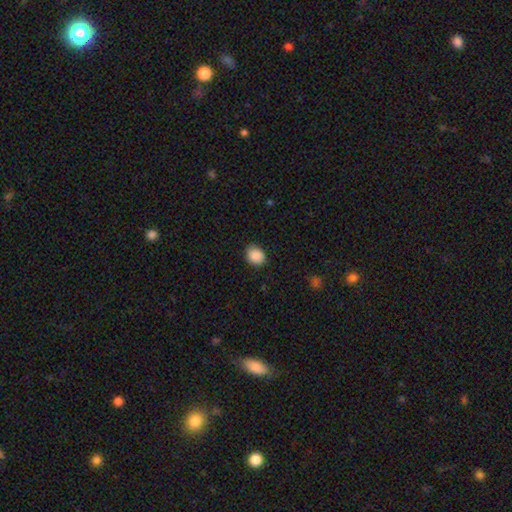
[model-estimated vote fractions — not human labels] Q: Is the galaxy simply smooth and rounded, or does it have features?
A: smooth — 89%.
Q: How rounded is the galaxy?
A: round — 60%.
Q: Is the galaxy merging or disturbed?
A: none — 82%.